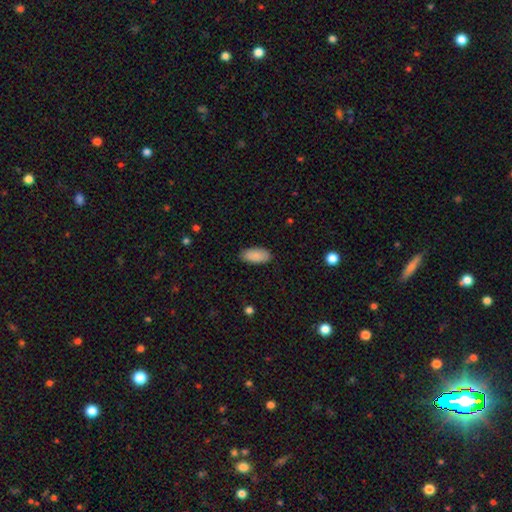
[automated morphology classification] The model was most divided on "merging": none: 87%, minor disturbance: 10%, major disturbance: 2%, merger: 1%. More confident: how rounded — in between (92%); smooth or featured — smooth (90%).